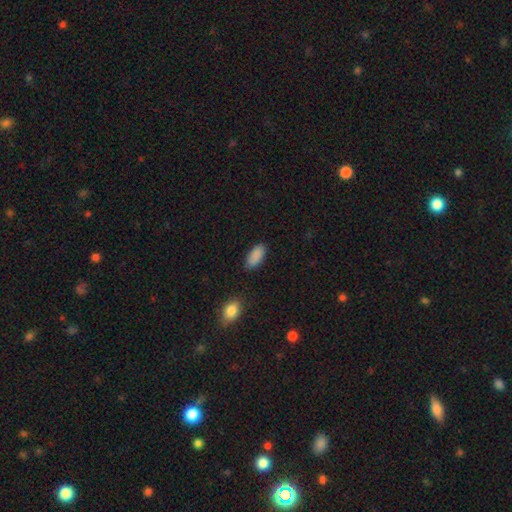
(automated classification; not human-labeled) Smooth or featured? Predicted: smooth (p=0.89). How rounded? Predicted: in between (p=0.91). Merging? Predicted: none (p=0.85).